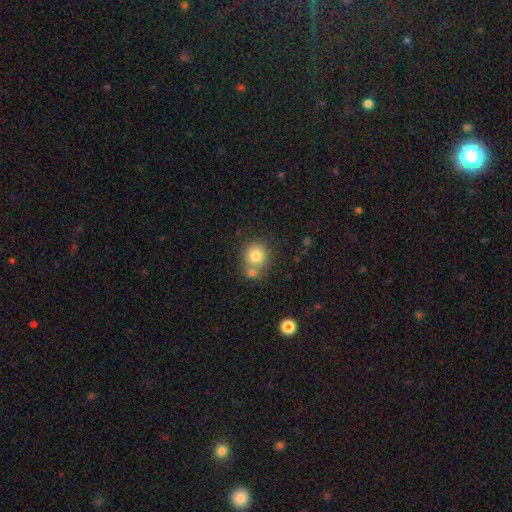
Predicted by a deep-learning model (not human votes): Q: Smooth or featured?
A: smooth (80%); runner-up: star or artifact (10%)
Q: How rounded?
A: round (87%); runner-up: in between (12%)
Q: Merging?
A: none (56%); runner-up: merger (30%)